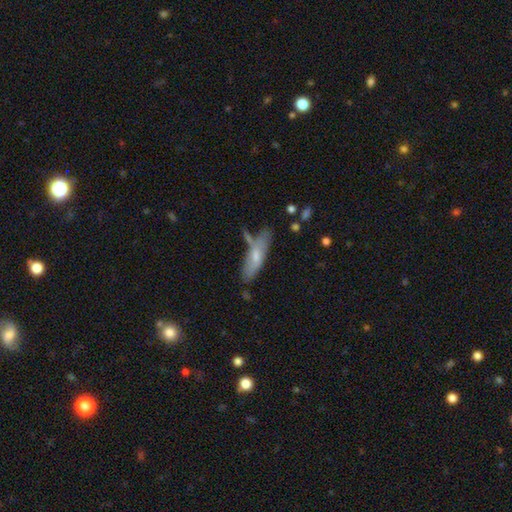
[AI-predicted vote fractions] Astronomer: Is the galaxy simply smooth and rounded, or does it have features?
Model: smooth — 61%.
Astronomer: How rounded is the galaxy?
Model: cigar-shaped — 55% (runner-up: in between, 43%).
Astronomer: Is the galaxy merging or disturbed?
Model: none — 58%.